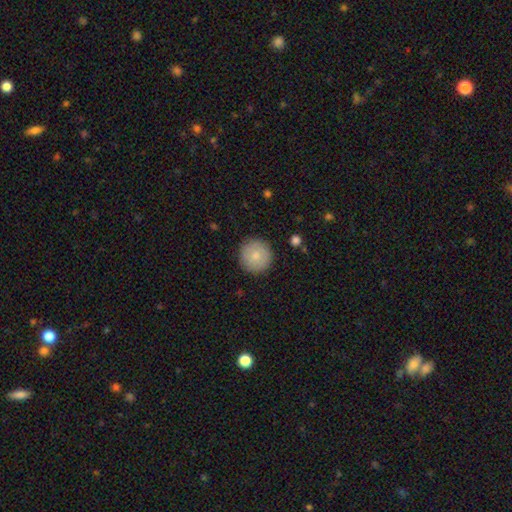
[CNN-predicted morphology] smooth_or_featured: smooth (p=0.81) [alt: featured or disk p=0.12]
how_rounded: round (p=0.96) [alt: in between p=0.03]
merging: none (p=0.90) [alt: minor disturbance p=0.07]